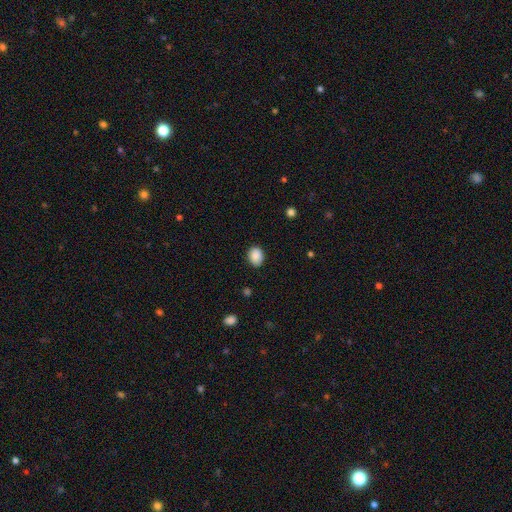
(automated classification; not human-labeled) The model was most divided on "how rounded": in between: 56%, round: 43%, cigar-shaped: 1%. More confident: smooth or featured — smooth (89%); merging — none (85%).